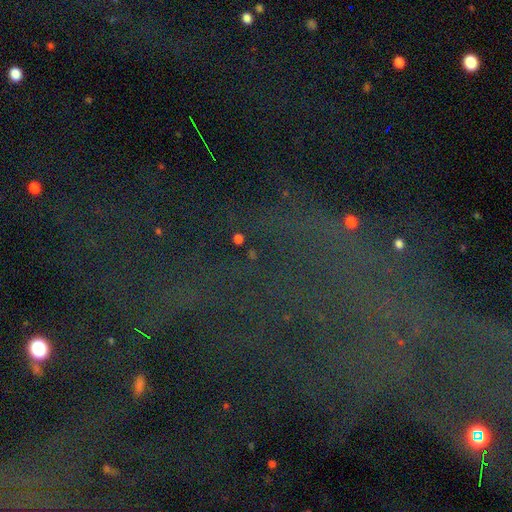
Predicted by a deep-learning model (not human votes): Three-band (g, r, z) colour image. It shows a star or artifact, not a galaxy (78%).